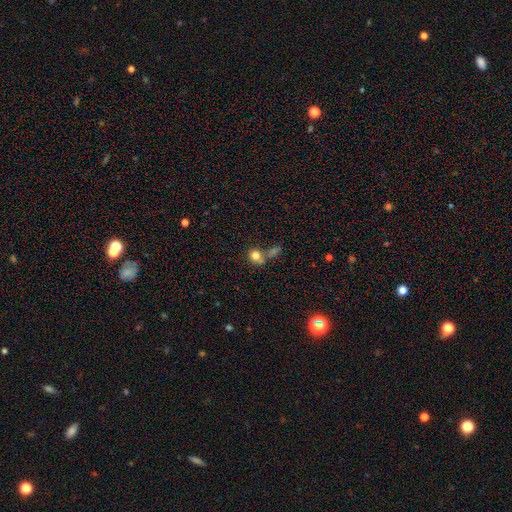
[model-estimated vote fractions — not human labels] Smooth or featured? Predicted: smooth (p=0.78). How rounded? Predicted: round (p=0.68). Merging? Predicted: none (p=0.45).